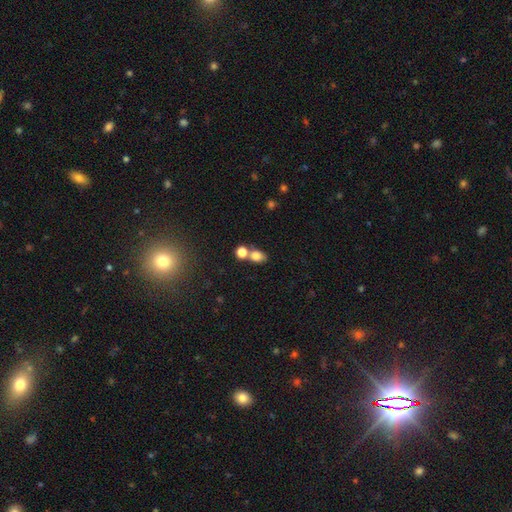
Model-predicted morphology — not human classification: This is likely a smooth galaxy (78%). How rounded: likely in between (62%). Merging: possibly none (50%).